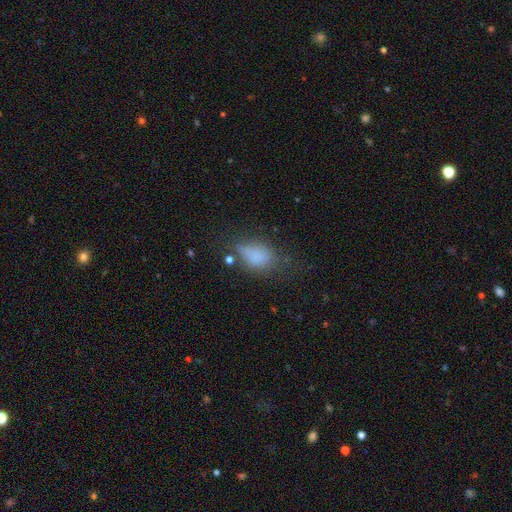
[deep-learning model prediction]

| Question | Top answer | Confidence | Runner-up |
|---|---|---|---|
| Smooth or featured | smooth | 74% | featured or disk (14%) |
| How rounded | in between | 83% | round (13%) |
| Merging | none | 42% | minor disturbance (31%) |